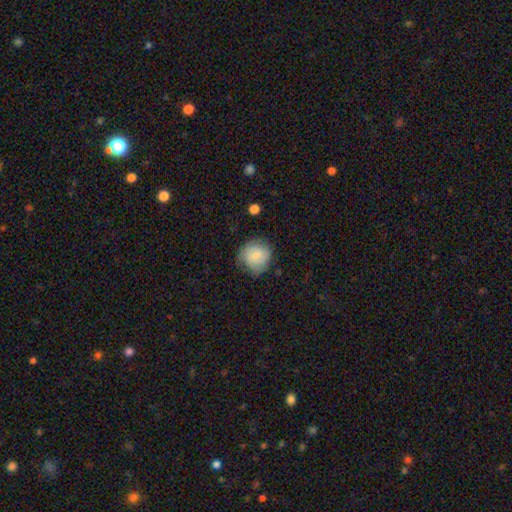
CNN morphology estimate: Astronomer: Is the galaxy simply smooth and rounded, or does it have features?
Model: smooth — 70%.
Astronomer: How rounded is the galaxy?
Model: round — 86%.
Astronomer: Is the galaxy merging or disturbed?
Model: none — 68%.